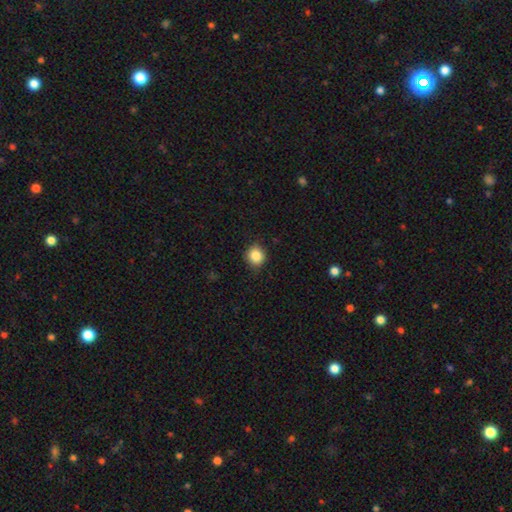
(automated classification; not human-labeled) This appears to be a smooth galaxy with no disk features (85%) that is round (87%). Merging: none (86%).